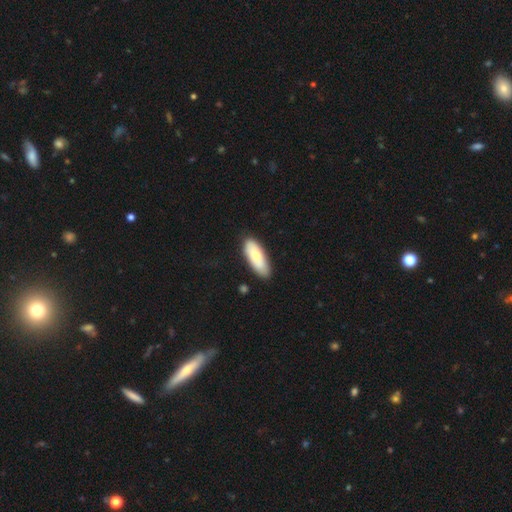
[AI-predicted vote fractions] Smooth or featured? Predicted: smooth (p=0.73). How rounded? Predicted: in between (p=0.73). Merging? Predicted: none (p=0.83).